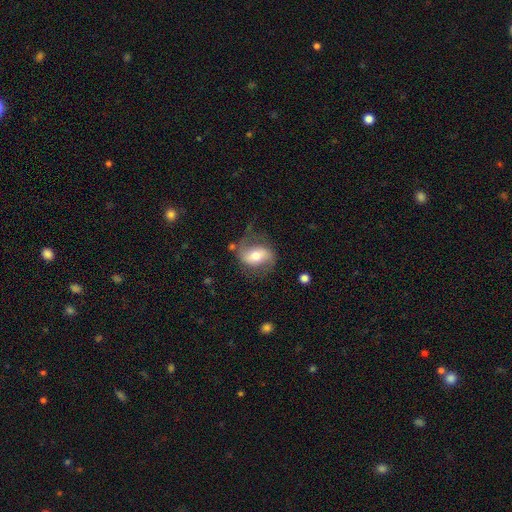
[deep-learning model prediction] smooth-or-featured: featured or disk: 63% | smooth: 30% | star or artifact: 7%
  disk-edge-on: no: 95% | yes: 5%
    bar: weak: 36% | strong: 34% | no: 29%
    has-spiral-arms: yes: 86% | no: 14%
      spiral-winding: loose: 48% | medium: 39% | tight: 13%
      spiral-arm-count: 2: 86% | can't tell: 6% | 1: 6% | 3: 1% | 4: 1% | more than 4: 1%
    bulge-size: moderate: 62% | small: 21% | large: 13% | dominant: 2% | none: 2%
  merging: none: 59% | minor disturbance: 21% | major disturbance: 17% | merger: 3%